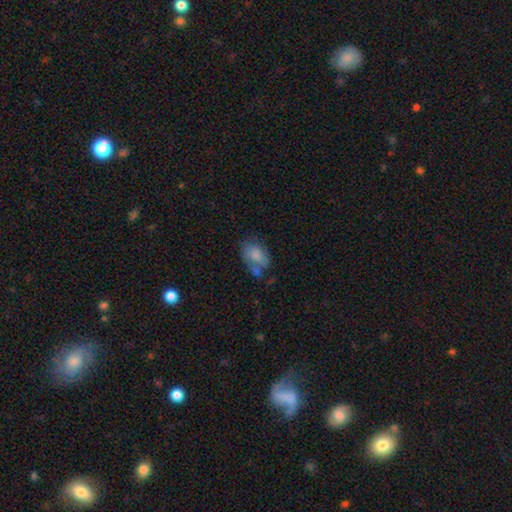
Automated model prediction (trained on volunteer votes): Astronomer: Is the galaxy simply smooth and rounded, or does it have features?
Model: smooth — 73%.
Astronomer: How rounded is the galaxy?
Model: in between — 85%.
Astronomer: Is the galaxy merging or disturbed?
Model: none — 43% (runner-up: minor disturbance, 27%).